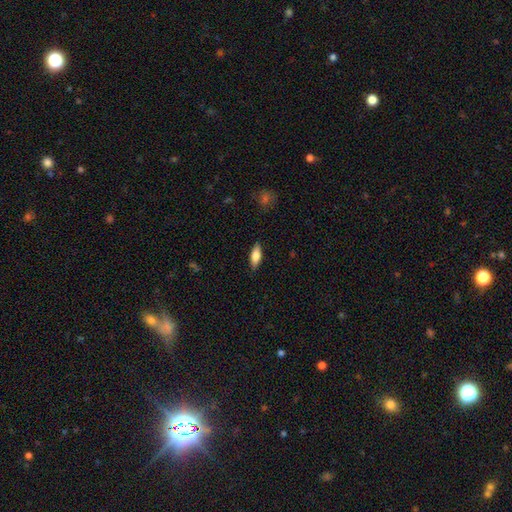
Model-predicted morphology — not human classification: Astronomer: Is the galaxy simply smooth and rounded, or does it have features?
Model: smooth — 69%.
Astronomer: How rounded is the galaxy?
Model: in between — 68%.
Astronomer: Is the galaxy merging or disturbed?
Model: none — 87%.